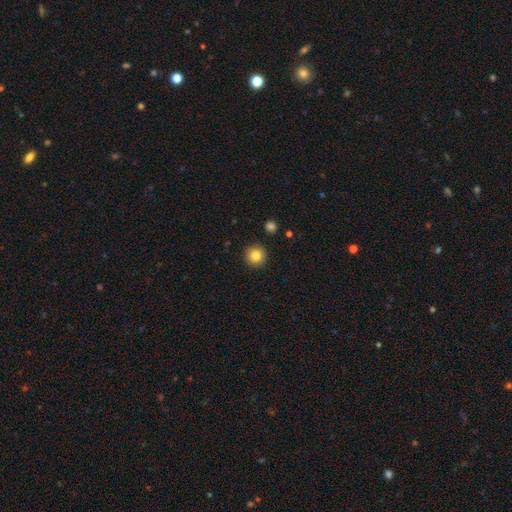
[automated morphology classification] A smooth galaxy with no disk features (82%) that is round (95%).

Vote fractions:
- Smooth or featured? smooth: 82% / star or artifact: 10% / featured or disk: 7%
- How rounded? round: 95% / in between: 4% / cigar-shaped: 1%
- Merging? none: 92% / minor disturbance: 5% / major disturbance: 2% / merger: 1%